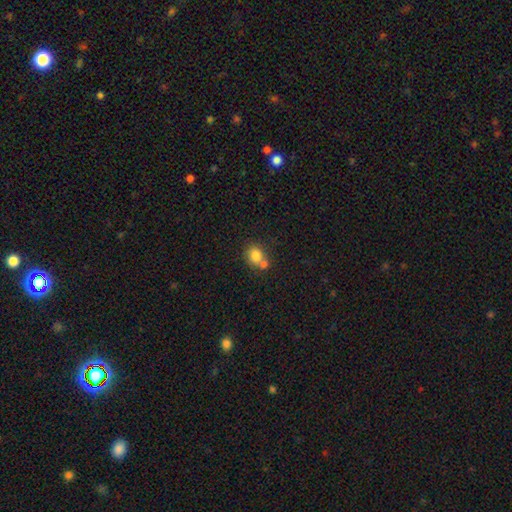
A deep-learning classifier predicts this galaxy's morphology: Smooth or featured? Predicted: smooth (p=0.80). How rounded? Predicted: round (p=0.69). Merging? Predicted: none (p=0.47).